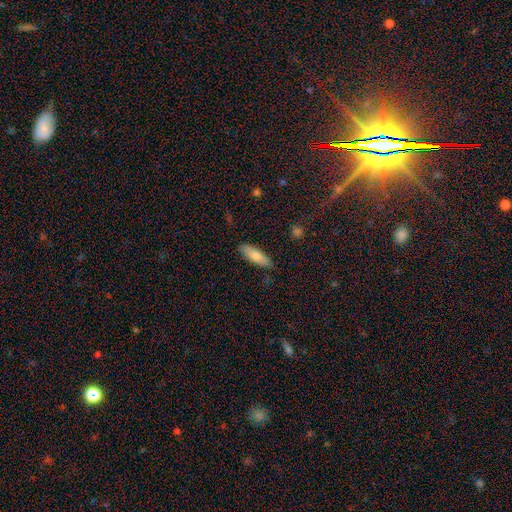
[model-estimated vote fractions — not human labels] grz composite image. It shows a smooth galaxy with no disk features (76%) that is in between round and cigar-shaped (54%). Merging: none (85%).